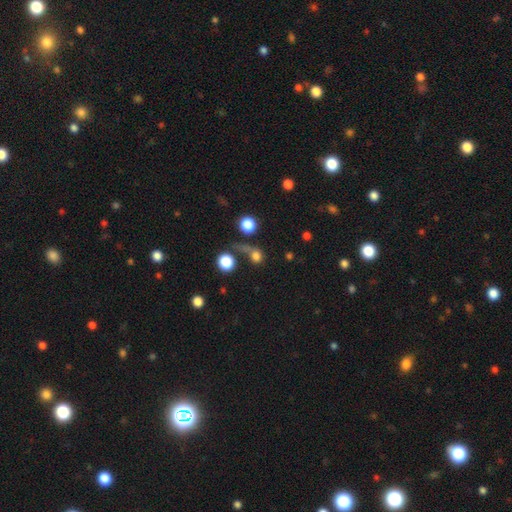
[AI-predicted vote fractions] Smooth or featured?
  - smooth: 75% *
  - star or artifact: 17%
  - featured or disk: 8%
How rounded?
  - round: 81% *
  - in between: 17%
  - cigar-shaped: 2%
Merging?
  - none: 51% *
  - merger: 26%
  - minor disturbance: 12%
  - major disturbance: 11%